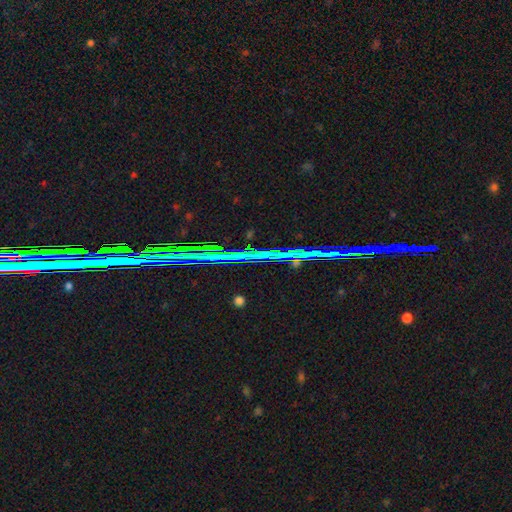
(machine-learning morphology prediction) A star or artifact, not a galaxy (82%).